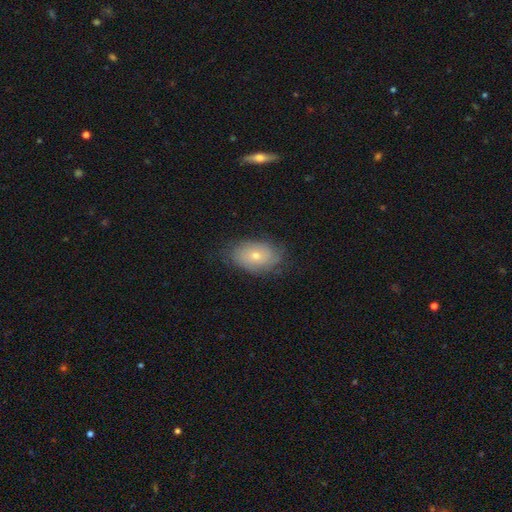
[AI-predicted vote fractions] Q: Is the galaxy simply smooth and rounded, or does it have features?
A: smooth — 50%.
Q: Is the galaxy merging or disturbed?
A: none — 75%.